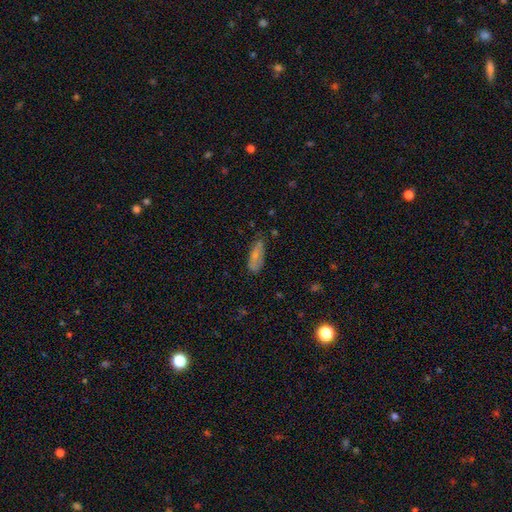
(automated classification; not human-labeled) A smooth galaxy with no disk features (65%) that is in between round and cigar-shaped (68%).

Vote fractions:
- Smooth or featured? smooth: 65% / featured or disk: 26% / star or artifact: 9%
- How rounded? in between: 68% / cigar-shaped: 29% / round: 3%
- Merging? none: 64% / minor disturbance: 27% / major disturbance: 7% / merger: 3%